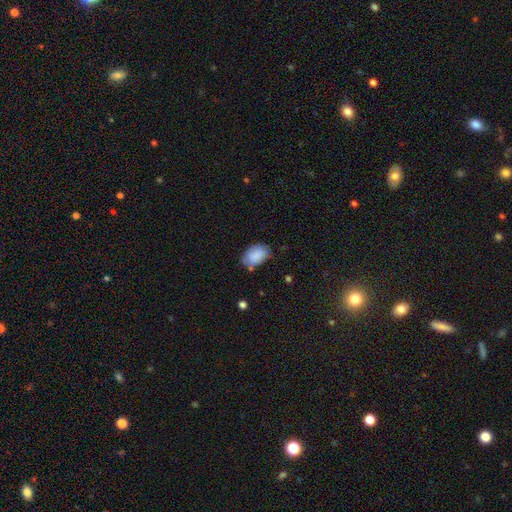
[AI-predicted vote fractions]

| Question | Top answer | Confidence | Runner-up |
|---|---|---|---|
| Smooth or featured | smooth | 83% | featured or disk (10%) |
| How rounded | in between | 89% | round (10%) |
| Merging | none | 62% | minor disturbance (27%) |